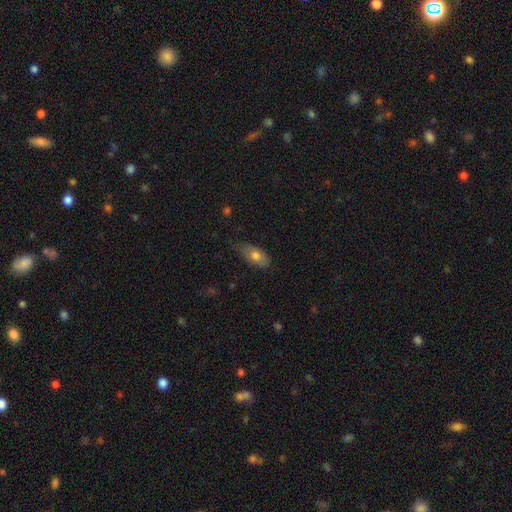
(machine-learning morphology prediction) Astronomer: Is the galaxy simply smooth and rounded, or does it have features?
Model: smooth — 74%.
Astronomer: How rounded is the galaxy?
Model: in between — 86%.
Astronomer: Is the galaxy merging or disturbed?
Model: none — 63%.